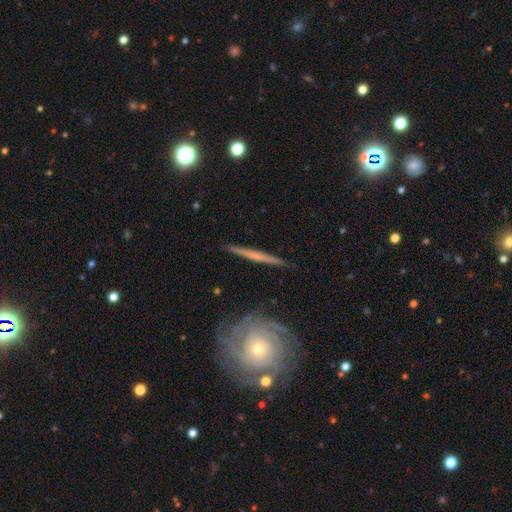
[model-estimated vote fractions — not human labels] The model was most divided on "edge-on bulge": none: 65%, rounded: 29%, boxy: 6%. More confident: edge-on disk — yes (89%); merging — none (87%); smooth or featured — featured or disk (69%).